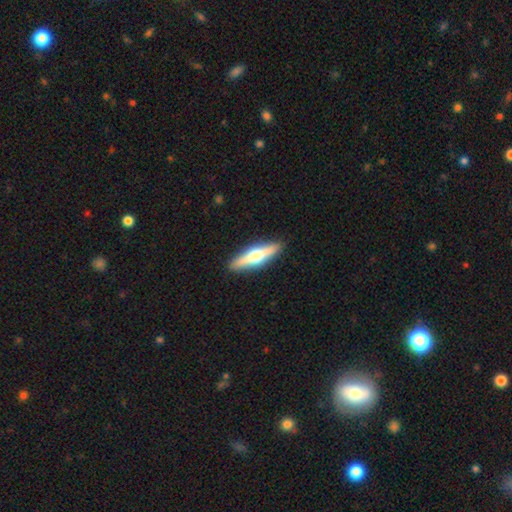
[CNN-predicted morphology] featured or disk 62%, smooth 33%, star or artifact 5%. Down the decision tree: edge-on disk — yes (95%); edge-on bulge — rounded (95%); merging — none (92%).